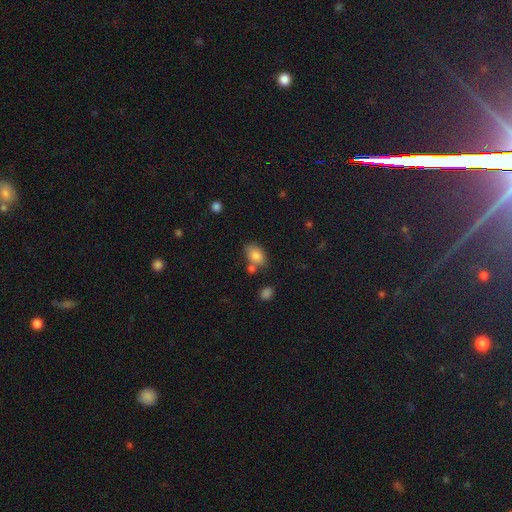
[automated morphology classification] type=smooth (83%); roundness=in between (87%); merging=none (63%).